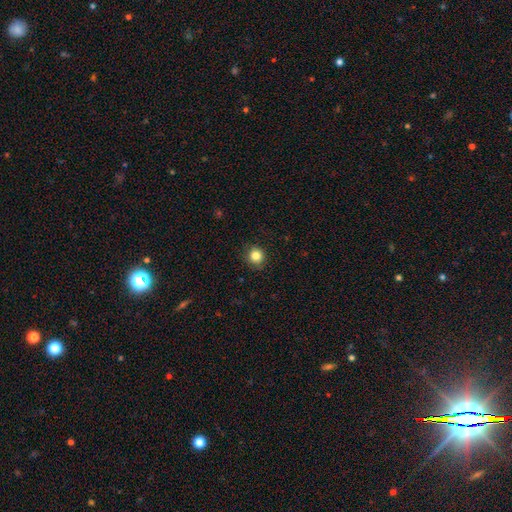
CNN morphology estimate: Overall: smooth (84%). How rounded: round (89%). Merging: none (88%).